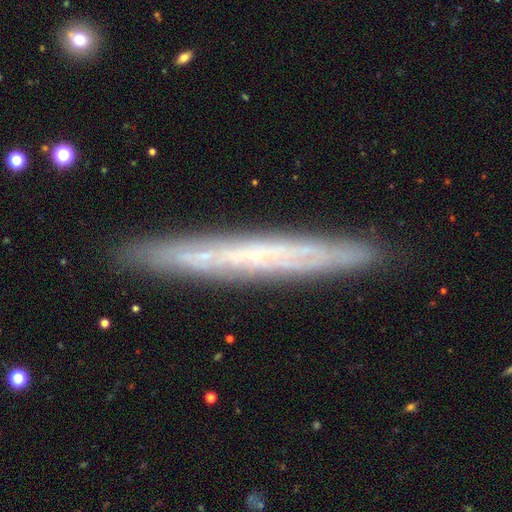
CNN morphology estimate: A featured or disk galaxy (64%) viewed edge-on (85%) with no central bulge (75%).

Vote fractions:
- Smooth or featured? featured or disk: 64% / smooth: 25% / star or artifact: 11%
- Edge-on disk? yes: 85% / no: 15%
- Edge-on bulge? none: 75% / rounded: 19% / boxy: 6%
- Merging? none: 84% / minor disturbance: 11% / major disturbance: 3% / merger: 2%